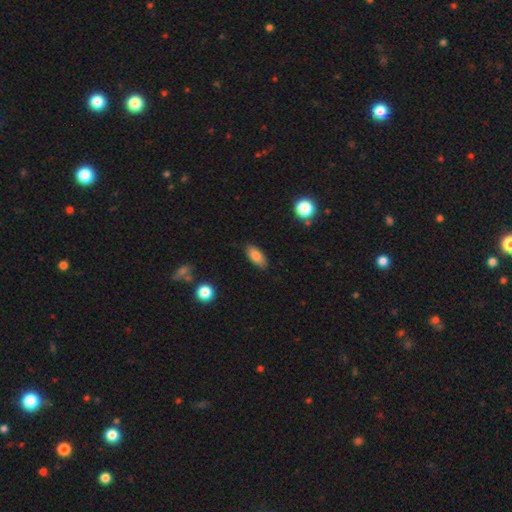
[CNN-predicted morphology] smooth-or-featured: smooth: 83% | featured or disk: 9% | star or artifact: 8%
  how-rounded: in between: 85% | cigar-shaped: 12% | round: 3%
  merging: none: 86% | minor disturbance: 11% | major disturbance: 2% | merger: 1%